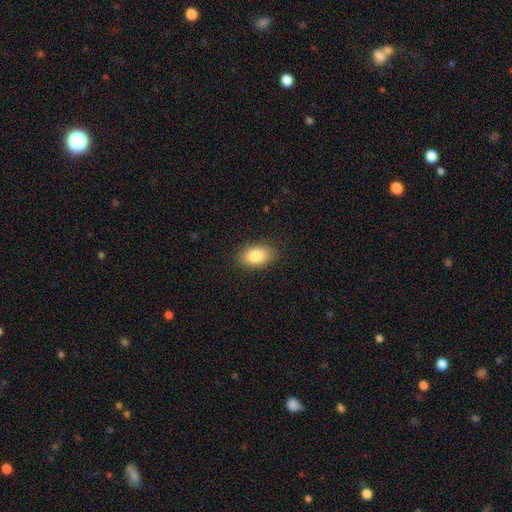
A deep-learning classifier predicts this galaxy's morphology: Smooth or featured? Predicted: smooth (p=0.86). How rounded? Predicted: in between (p=0.89). Merging? Predicted: none (p=0.87).